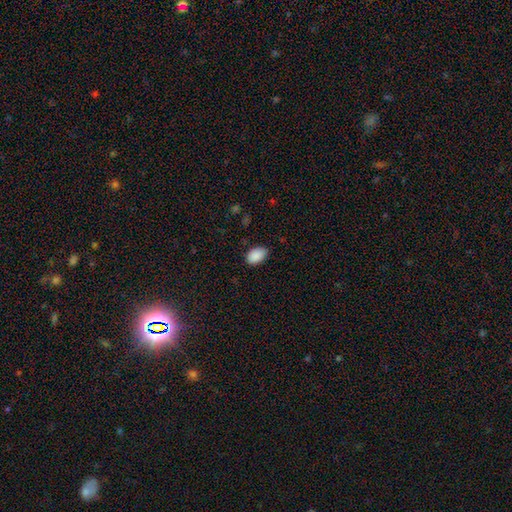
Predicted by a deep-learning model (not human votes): Smooth or featured? Predicted: smooth (p=0.90). How rounded? Predicted: in between (p=0.89). Merging? Predicted: none (p=0.83).